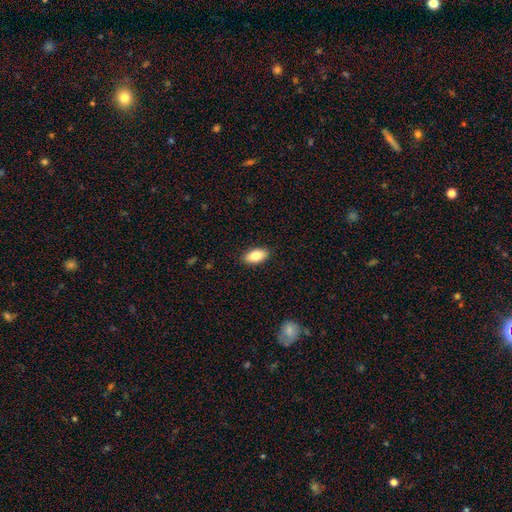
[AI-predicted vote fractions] This appears to be a smooth galaxy with no disk features (82%) that is in between round and cigar-shaped (93%). Merging: none (90%).